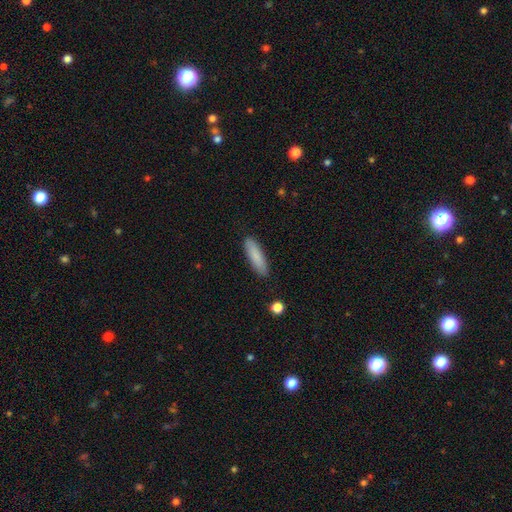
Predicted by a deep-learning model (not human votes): Smooth or featured?
  - smooth: 85% *
  - featured or disk: 9%
  - star or artifact: 6%
How rounded?
  - cigar-shaped: 65% *
  - in between: 34%
  - round: 1%
Merging?
  - none: 88% *
  - minor disturbance: 9%
  - major disturbance: 2%
  - merger: 1%